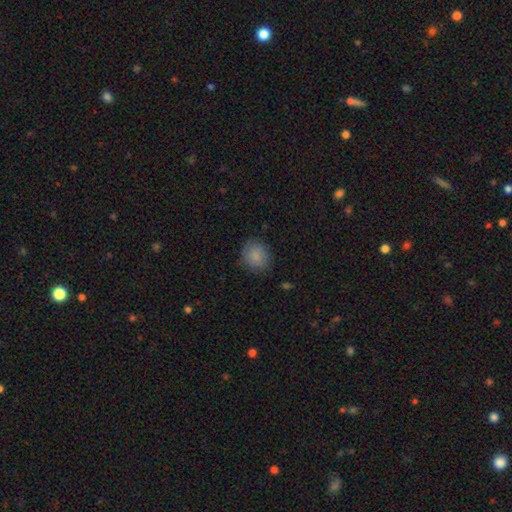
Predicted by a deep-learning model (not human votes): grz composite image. It shows a smooth galaxy with no disk features (84%) that is round (77%). Merging: none (82%).